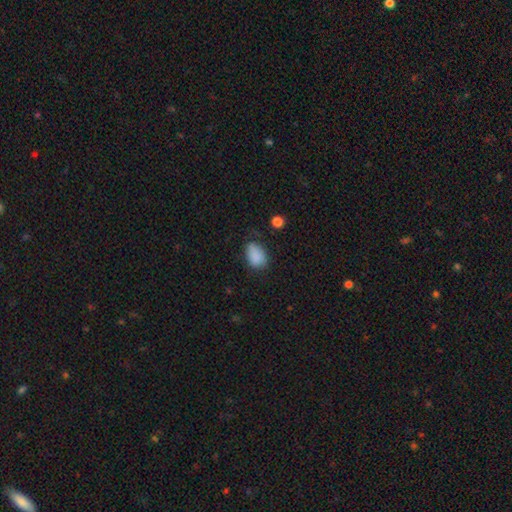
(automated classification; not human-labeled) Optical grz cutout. It shows a smooth galaxy with no disk features (86%) that is in between round and cigar-shaped (82%). Merging: none (61%).